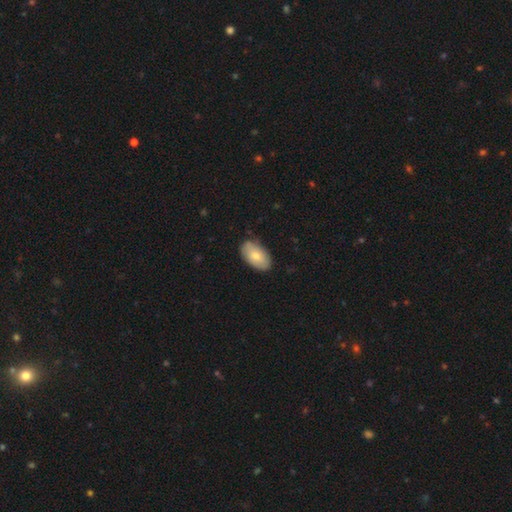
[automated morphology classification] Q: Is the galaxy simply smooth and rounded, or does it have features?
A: smooth — 75%.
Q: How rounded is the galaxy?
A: in between — 94%.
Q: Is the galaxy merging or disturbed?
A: none — 81%.